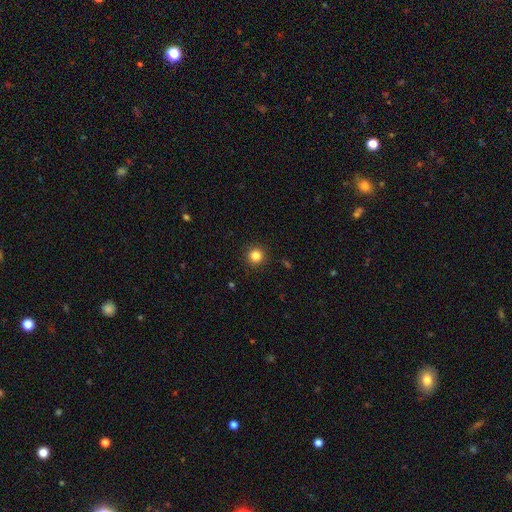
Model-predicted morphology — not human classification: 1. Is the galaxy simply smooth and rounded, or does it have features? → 84% smooth, 12% star or artifact, 4% featured or disk.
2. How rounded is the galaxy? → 94% round, 5% in between, 1% cigar-shaped.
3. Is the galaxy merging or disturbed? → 91% none, 6% minor disturbance, 2% major disturbance, 1% merger.